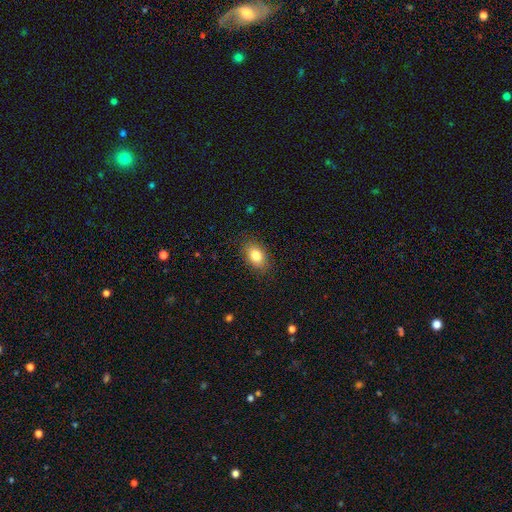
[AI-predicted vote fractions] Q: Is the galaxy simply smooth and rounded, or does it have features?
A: smooth — 82%.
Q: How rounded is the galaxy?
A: in between — 82%.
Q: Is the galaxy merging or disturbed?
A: none — 87%.